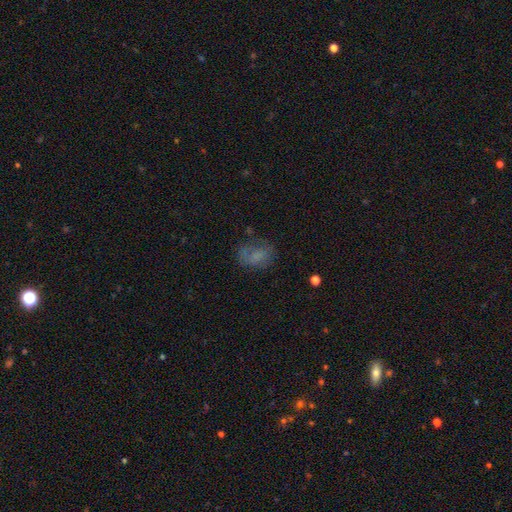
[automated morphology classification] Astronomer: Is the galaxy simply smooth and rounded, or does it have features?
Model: smooth — 61%.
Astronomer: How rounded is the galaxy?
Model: in between — 72%.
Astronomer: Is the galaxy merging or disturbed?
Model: none — 56%.